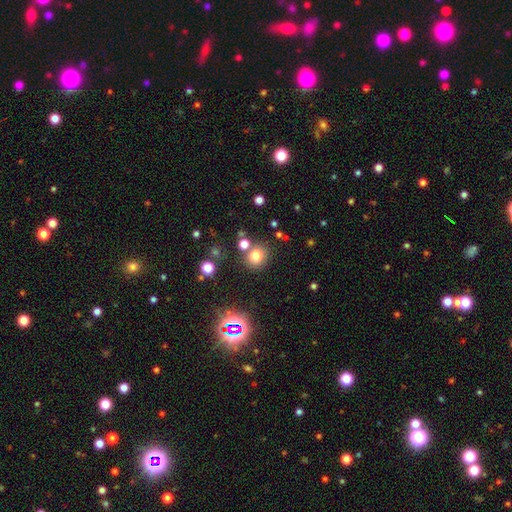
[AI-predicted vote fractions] This appears to be a smooth galaxy with no disk features (73%) that is round (84%). Merging: none (76%).